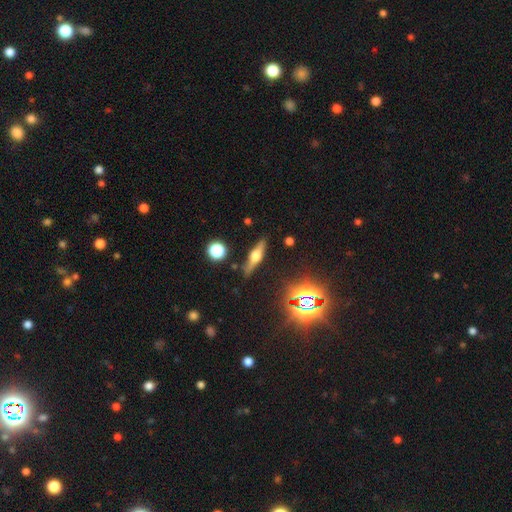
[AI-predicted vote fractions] smooth_or_featured: featured or disk (p=0.60) [alt: smooth p=0.29]
disk_edge_on: yes (p=0.94) [alt: no p=0.06]
edge_on_bulge: rounded (p=0.92) [alt: boxy p=0.06]
merging: none (p=0.85) [alt: minor disturbance p=0.10]